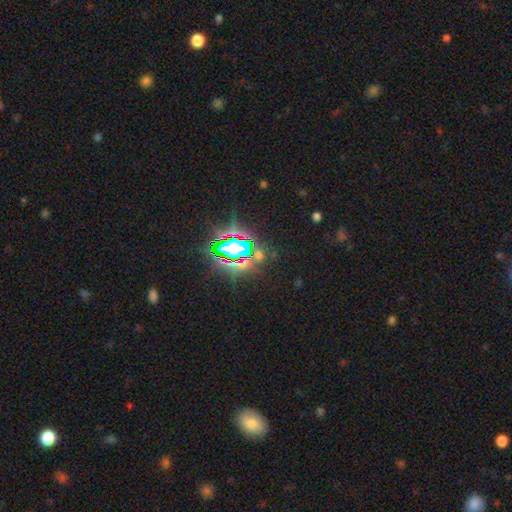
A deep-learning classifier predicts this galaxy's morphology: smooth-or-featured: star or artifact: 79% | smooth: 12% | featured or disk: 9%